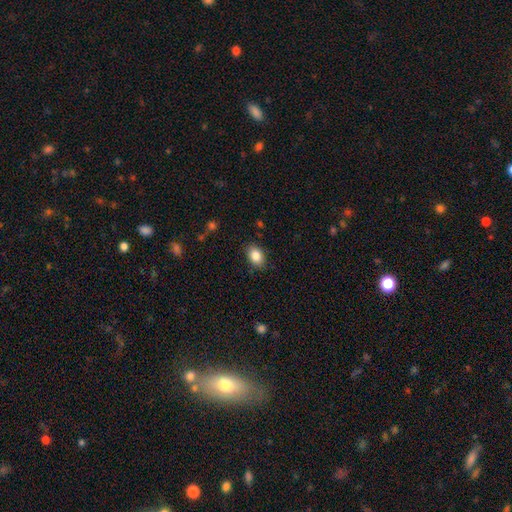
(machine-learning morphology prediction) The model was most divided on "how rounded": in between: 84%, round: 14%, cigar-shaped: 1%. More confident: merging — none (87%); smooth or featured — smooth (86%).